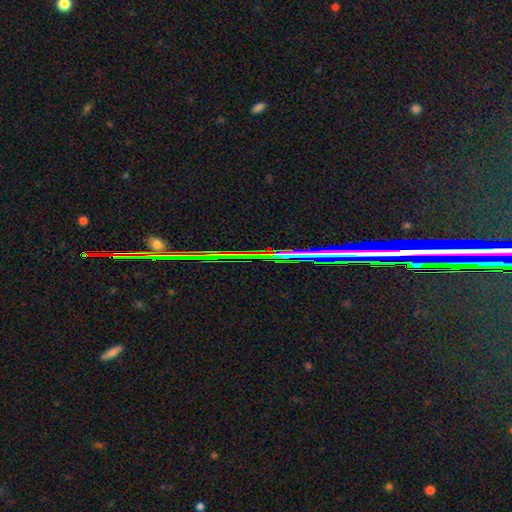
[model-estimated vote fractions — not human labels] Smooth or featured? star or artifact (80%)